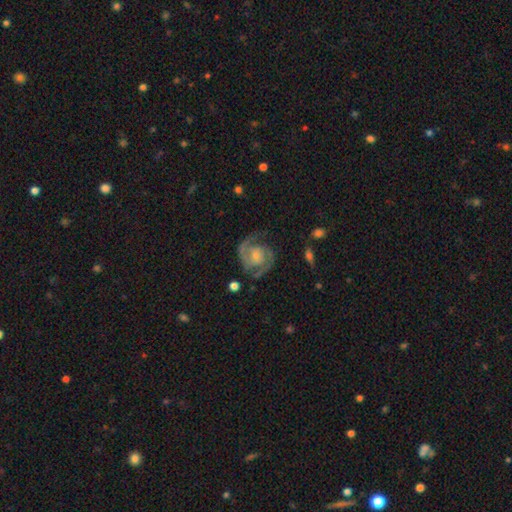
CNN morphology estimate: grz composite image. It shows a featured or disk galaxy (89%) with no bar (59%), 2 (88%) tight (49%) spiral arms (98%) and a small central bulge (52%). Merging: none (77%).